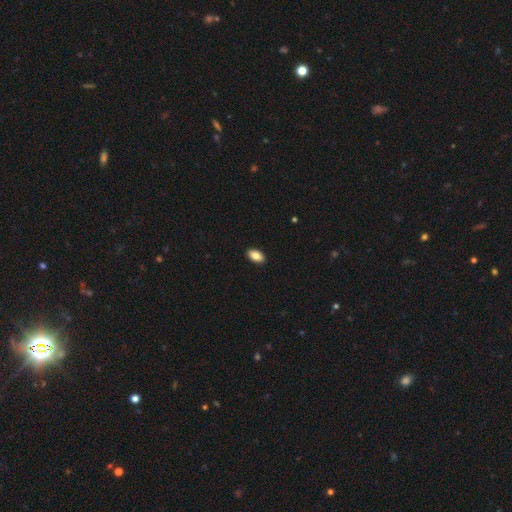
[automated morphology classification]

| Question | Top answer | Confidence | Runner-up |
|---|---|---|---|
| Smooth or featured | smooth | 86% | featured or disk (7%) |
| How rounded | in between | 93% | round (4%) |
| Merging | none | 91% | minor disturbance (7%) |